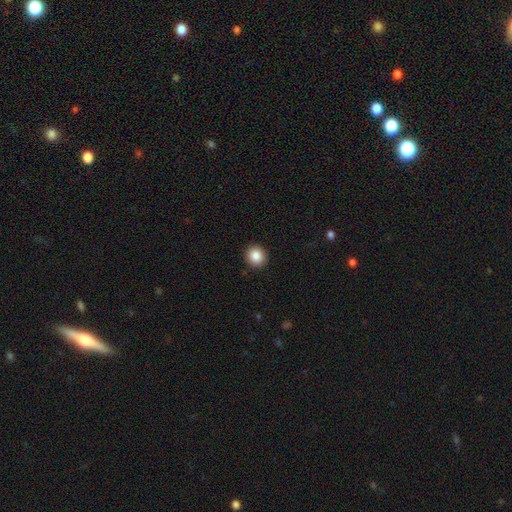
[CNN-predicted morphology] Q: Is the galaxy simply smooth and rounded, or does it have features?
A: smooth — 86%.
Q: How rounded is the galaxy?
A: round — 86%.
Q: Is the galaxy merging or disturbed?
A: none — 92%.